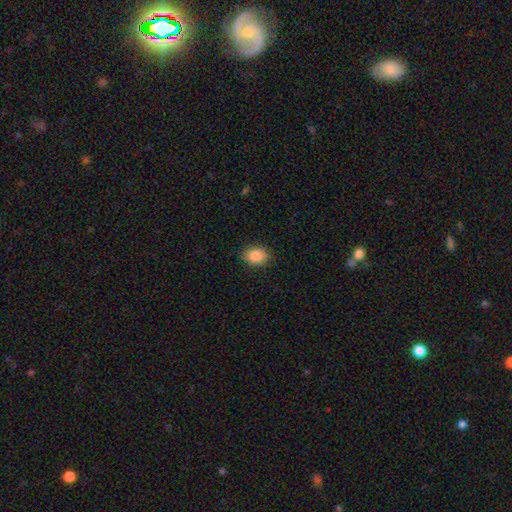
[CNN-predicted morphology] Smooth or featured?
  - smooth: 89% *
  - star or artifact: 8%
  - featured or disk: 4%
How rounded?
  - in between: 71% *
  - round: 28%
  - cigar-shaped: 1%
Merging?
  - none: 89% *
  - minor disturbance: 8%
  - major disturbance: 2%
  - merger: 1%